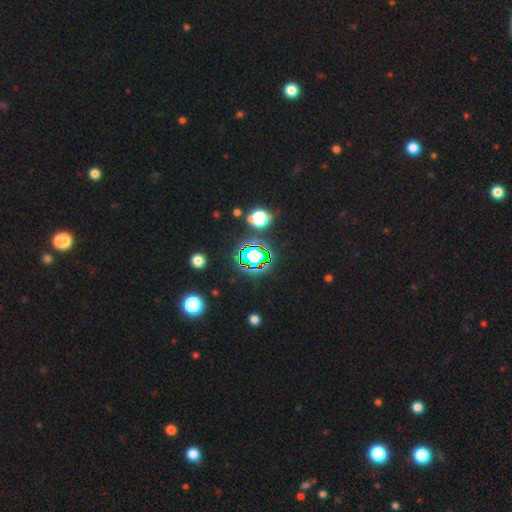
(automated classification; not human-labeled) Smooth or featured?
  - star or artifact: 69% *
  - smooth: 19%
  - featured or disk: 12%